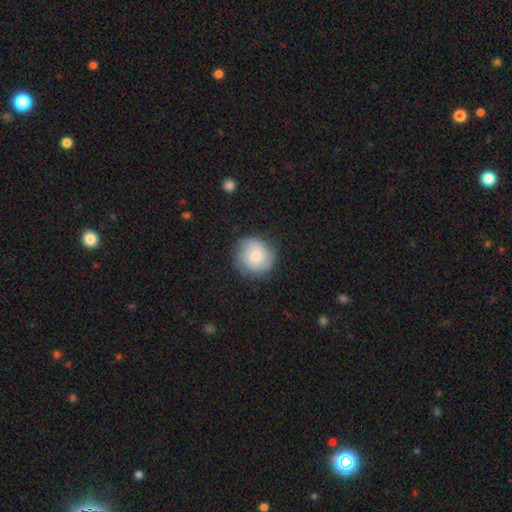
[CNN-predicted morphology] The model was most divided on "smooth or featured": smooth: 66%, featured or disk: 27%, star or artifact: 7%. More confident: how rounded — round (89%); merging — none (79%).